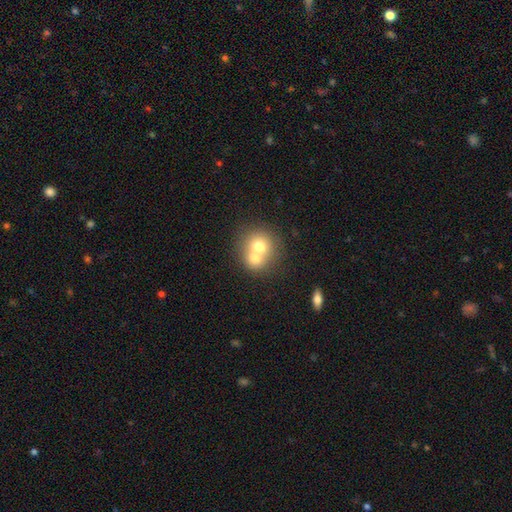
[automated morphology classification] A smooth galaxy with no disk features (65%) that is round (81%).

Vote fractions:
- Smooth or featured? smooth: 65% / featured or disk: 24% / star or artifact: 11%
- How rounded? round: 81% / in between: 18% / cigar-shaped: 1%
- Merging? merger: 63% / none: 29% / minor disturbance: 6% / major disturbance: 2%